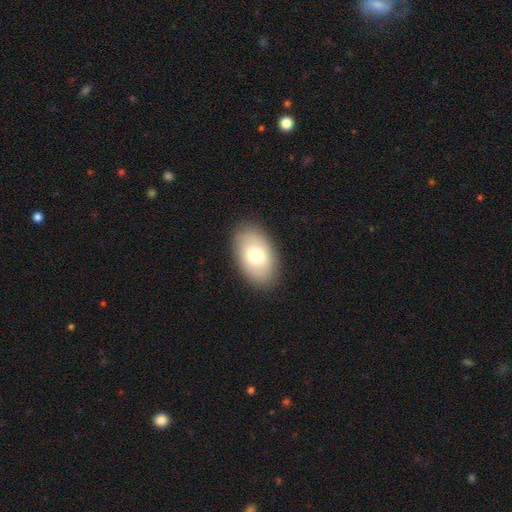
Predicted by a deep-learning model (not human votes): smooth_or_featured: smooth (p=0.73) [alt: featured or disk p=0.20]
how_rounded: in between (p=0.92) [alt: round p=0.07]
merging: none (p=0.88) [alt: minor disturbance p=0.09]